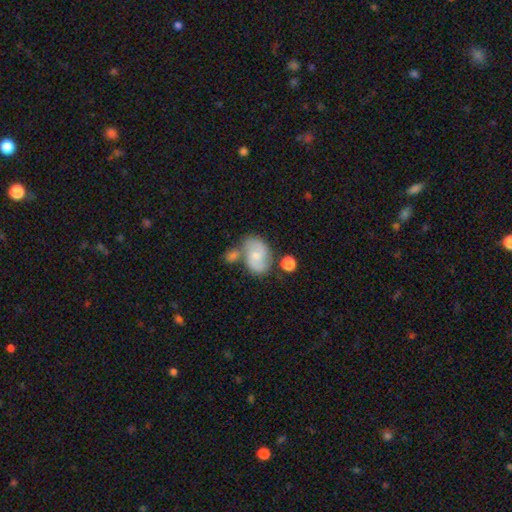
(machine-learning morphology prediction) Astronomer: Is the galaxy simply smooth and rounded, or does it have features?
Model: featured or disk — 62%.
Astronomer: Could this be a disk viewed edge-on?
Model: no — 97%.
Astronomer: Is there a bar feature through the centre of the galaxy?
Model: no — 59% (runner-up: weak, 35%).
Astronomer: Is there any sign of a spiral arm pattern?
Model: yes — 89%.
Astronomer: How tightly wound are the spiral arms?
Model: medium — 50% (runner-up: loose, 30%).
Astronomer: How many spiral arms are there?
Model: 2 — 88%.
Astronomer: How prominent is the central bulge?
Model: small — 52% (runner-up: moderate, 36%).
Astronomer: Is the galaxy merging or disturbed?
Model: none — 50%.